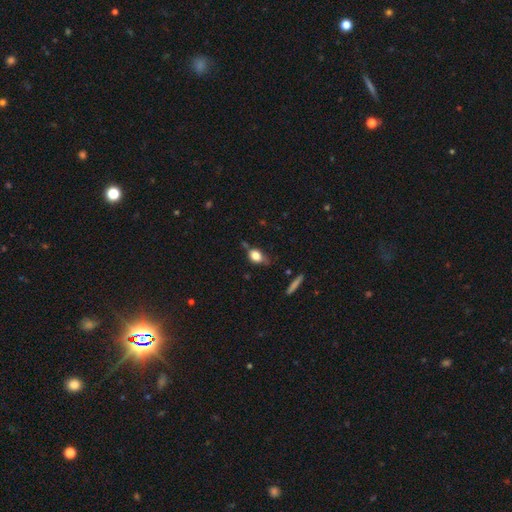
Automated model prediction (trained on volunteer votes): Smooth or featured? Predicted: smooth (p=0.75). How rounded? Predicted: in between (p=0.68). Merging? Predicted: none (p=0.52).